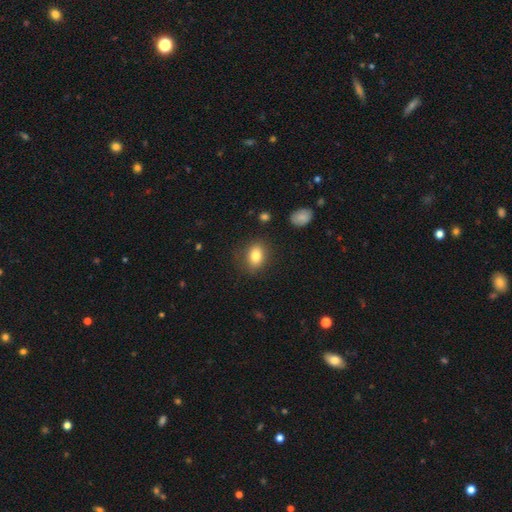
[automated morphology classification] The model was most divided on "how rounded": in between: 70%, round: 28%, cigar-shaped: 1%. More confident: smooth or featured — smooth (81%); merging — none (80%).